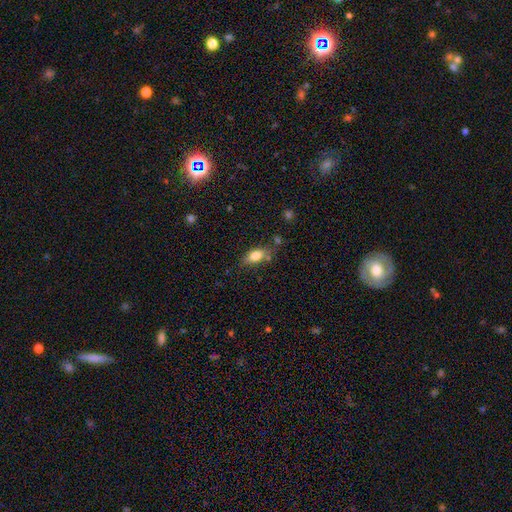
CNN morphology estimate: Overall: smooth (77%). How rounded: in between (82%). Merging: none (68%).